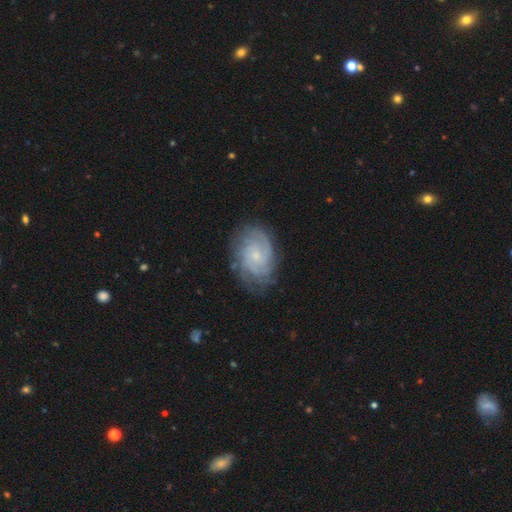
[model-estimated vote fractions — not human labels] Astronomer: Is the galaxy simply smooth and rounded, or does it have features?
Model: featured or disk — 76%.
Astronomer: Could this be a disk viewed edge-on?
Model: no — 97%.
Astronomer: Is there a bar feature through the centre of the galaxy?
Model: no — 70%.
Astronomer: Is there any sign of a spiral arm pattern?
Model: yes — 93%.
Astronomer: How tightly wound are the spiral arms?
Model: tight — 62%.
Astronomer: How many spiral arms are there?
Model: can't tell — 41% (runner-up: 2, 20%).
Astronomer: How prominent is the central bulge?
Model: small — 75%.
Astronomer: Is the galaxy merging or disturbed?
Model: none — 73%.